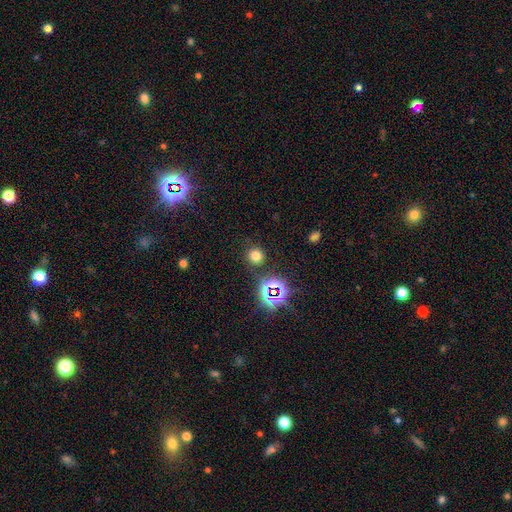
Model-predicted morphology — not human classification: smooth_or_featured: smooth (p=0.68) [alt: star or artifact p=0.25]
how_rounded: round (p=0.91) [alt: in between p=0.08]
merging: none (p=0.85) [alt: minor disturbance p=0.08]